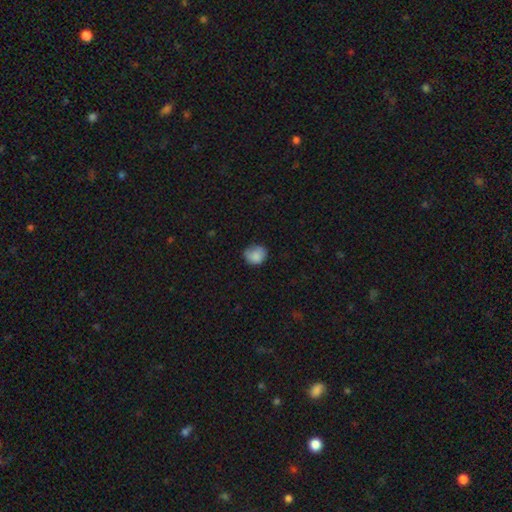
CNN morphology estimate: This appears to be a smooth galaxy with no disk features (85%) that is round (69%). Merging: none (61%).